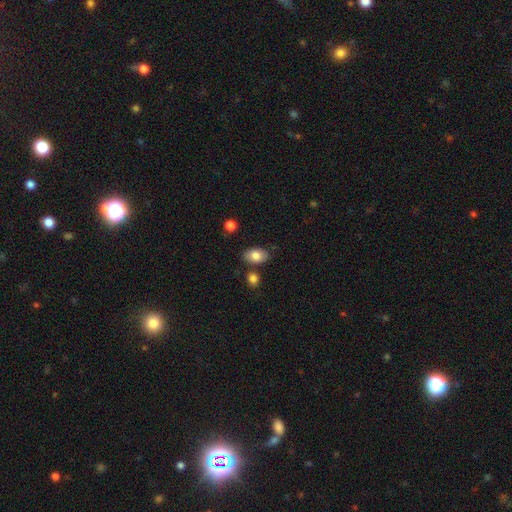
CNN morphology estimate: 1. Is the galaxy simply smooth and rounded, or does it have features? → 82% smooth, 11% featured or disk, 7% star or artifact.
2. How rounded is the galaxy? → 89% in between, 10% round, 1% cigar-shaped.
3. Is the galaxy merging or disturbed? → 79% none, 12% minor disturbance, 6% merger, 3% major disturbance.